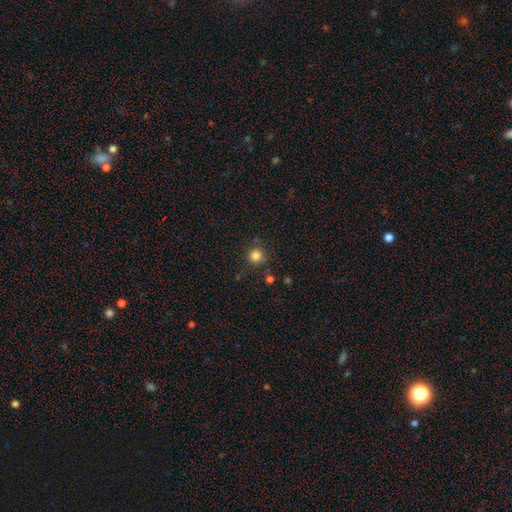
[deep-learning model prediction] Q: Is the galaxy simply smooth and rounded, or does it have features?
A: smooth — 83%.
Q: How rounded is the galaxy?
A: round — 94%.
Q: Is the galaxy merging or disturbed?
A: none — 82%.